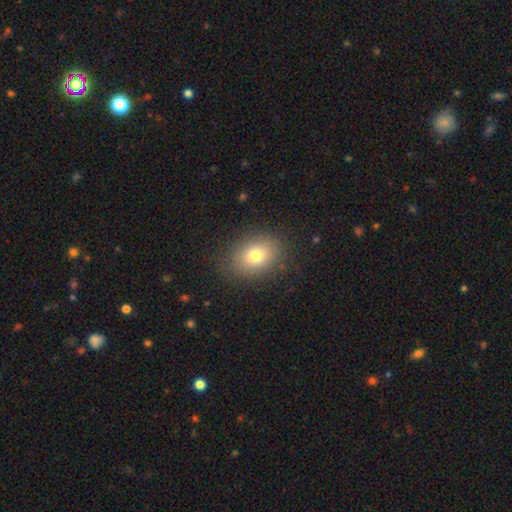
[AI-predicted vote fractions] Overall: smooth (75%). How rounded: in between (63%; round 36%). Merging: none (84%).